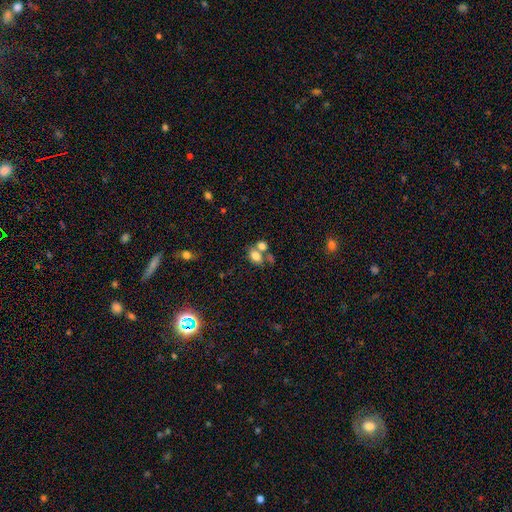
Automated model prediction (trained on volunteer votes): A smooth galaxy with no disk features (77%) that is in between round and cigar-shaped (78%). Merging: merger (43%).